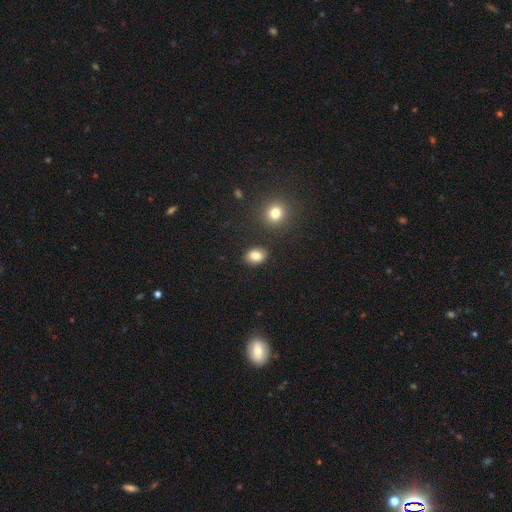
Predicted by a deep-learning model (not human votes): smooth 83%, star or artifact 10%, featured or disk 7%. Down the decision tree: how rounded — in between (72%); merging — none (85%).